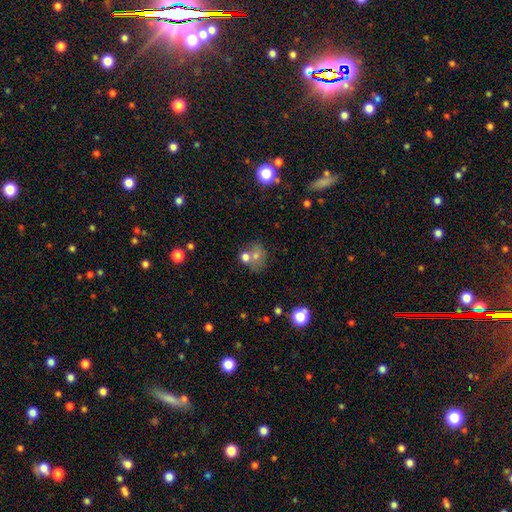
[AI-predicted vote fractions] A smooth galaxy with no disk features (58%) that is round (69%). Merging: none (53%).